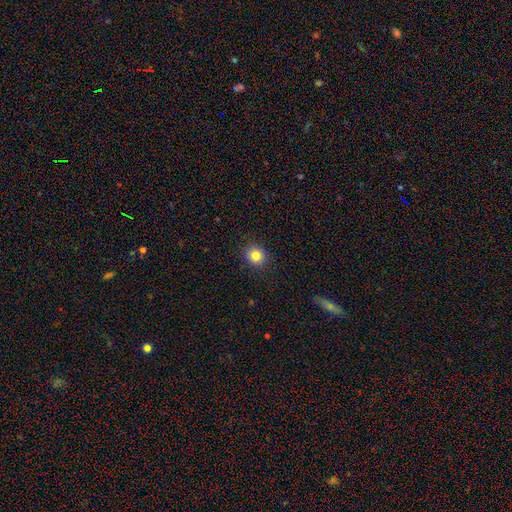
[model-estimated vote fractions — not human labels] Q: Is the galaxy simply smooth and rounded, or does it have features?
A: smooth — 83%.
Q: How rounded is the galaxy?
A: round — 81%.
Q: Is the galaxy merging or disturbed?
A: none — 90%.